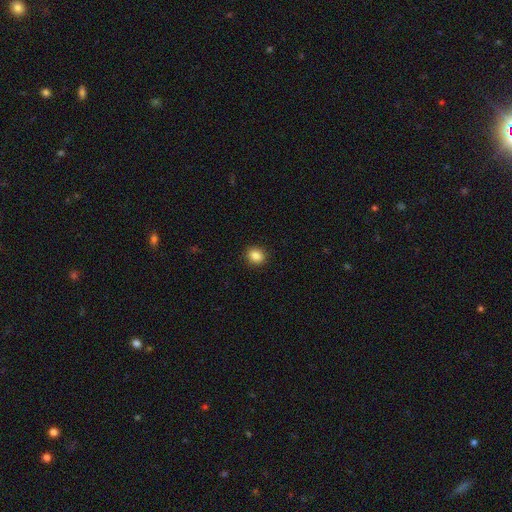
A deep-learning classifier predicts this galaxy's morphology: smooth 86%, star or artifact 10%, featured or disk 4%. Down the decision tree: how rounded — round (70%); merging — none (91%).